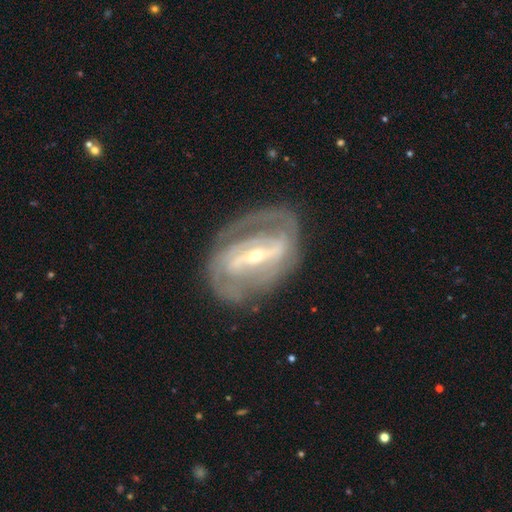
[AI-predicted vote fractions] Smooth or featured? featured or disk (87%)
Edge-on disk? no (94%)
Bar? strong (71%)
Spiral arms? yes (89%)
Spiral winding? tight (52%)
Spiral arm count? 2 (61%)
Bulge size? small (55%)
Merging? none (71%)